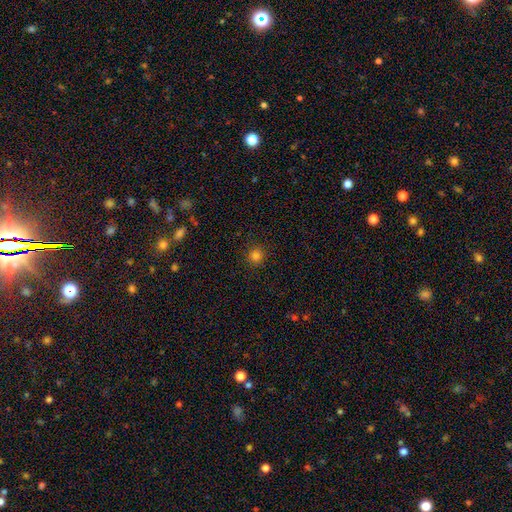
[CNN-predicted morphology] A smooth galaxy with no disk features (81%) that is round (90%).

Vote fractions:
- Smooth or featured? smooth: 81% / star or artifact: 15% / featured or disk: 5%
- How rounded? round: 90% / in between: 9% / cigar-shaped: 1%
- Merging? none: 90% / minor disturbance: 7% / major disturbance: 2% / merger: 1%